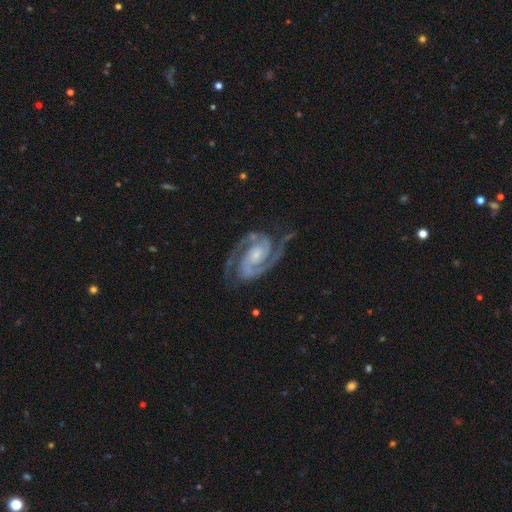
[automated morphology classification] A featured or disk galaxy (94%) with no bar (49%), 2 (93%) medium (48%) spiral arms (99%) and a small central bulge (57%). Merging: none (78%).